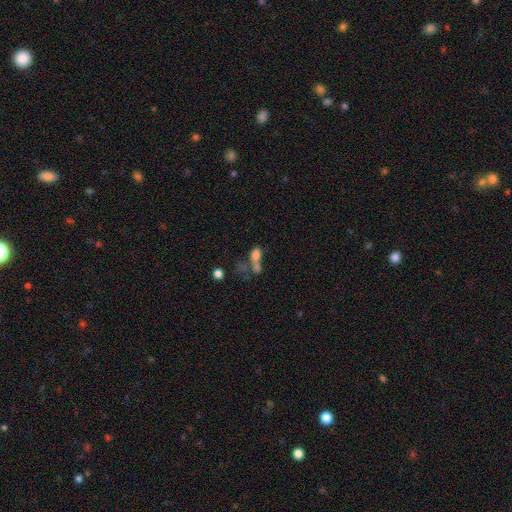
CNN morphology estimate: Smooth or featured: smooth — 68% (featured or disk — 18%)
How rounded: in between — 76% (round — 16%)
Merging: merger — 54% (none — 20%)